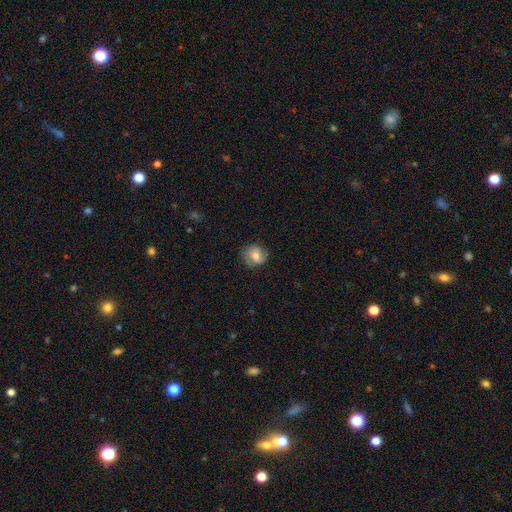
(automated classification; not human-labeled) Smooth or featured? Predicted: smooth (p=0.56). How rounded? Predicted: round (p=0.79). Merging? Predicted: none (p=0.75).